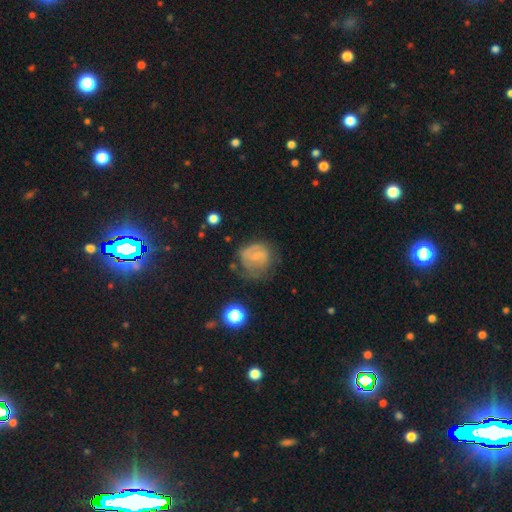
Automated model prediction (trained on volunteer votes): Smooth or featured? Predicted: featured or disk (p=0.49). Merging? Predicted: none (p=0.45).